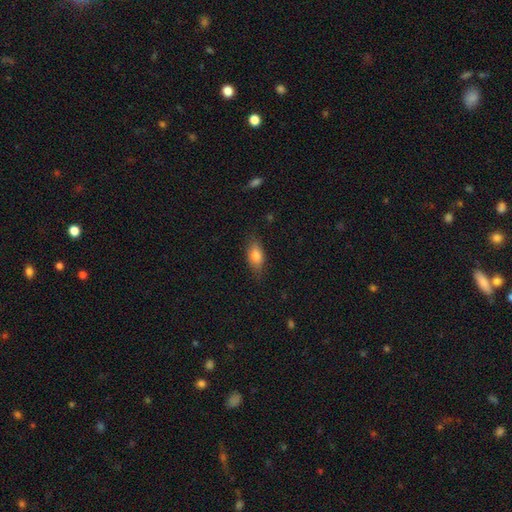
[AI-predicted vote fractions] Overall: smooth (80%). How rounded: in between (86%). Merging: none (77%).